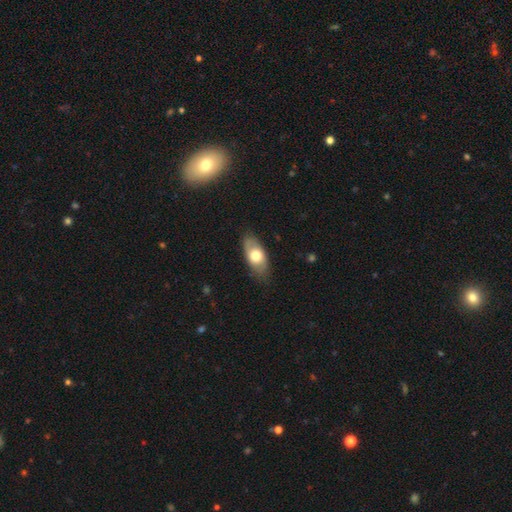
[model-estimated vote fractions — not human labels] Overall: smooth (65%; featured or disk 29%). How rounded: in between (88%). Merging: none (77%).